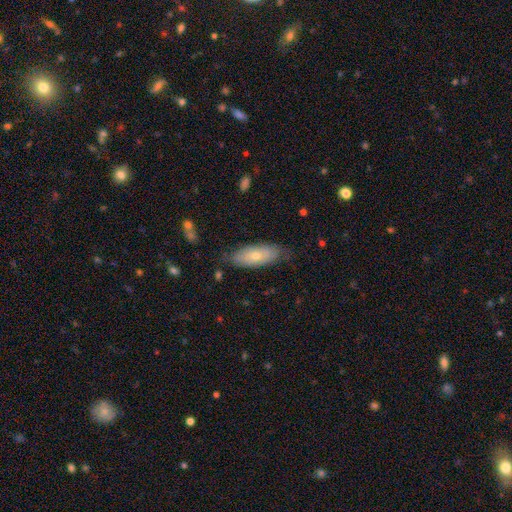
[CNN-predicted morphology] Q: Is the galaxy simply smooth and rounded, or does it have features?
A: smooth — 55%.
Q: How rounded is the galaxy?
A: in between — 74%.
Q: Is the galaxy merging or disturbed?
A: none — 73%.